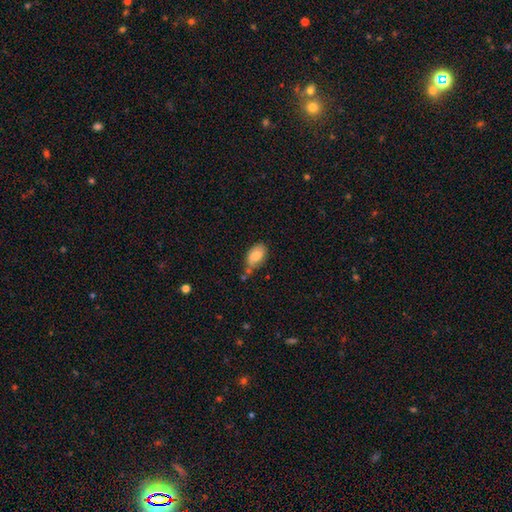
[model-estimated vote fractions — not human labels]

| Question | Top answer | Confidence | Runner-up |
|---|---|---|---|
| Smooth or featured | smooth | 82% | featured or disk (11%) |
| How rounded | in between | 92% | round (6%) |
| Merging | none | 54% | minor disturbance (29%) |